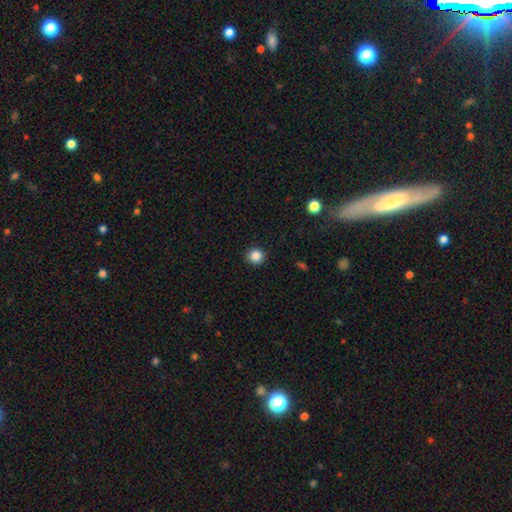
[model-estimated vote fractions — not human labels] Smooth or featured?
  - smooth: 85% *
  - star or artifact: 11%
  - featured or disk: 4%
How rounded?
  - round: 94% *
  - in between: 5%
  - cigar-shaped: 1%
Merging?
  - none: 92% *
  - minor disturbance: 5%
  - major disturbance: 2%
  - merger: 1%